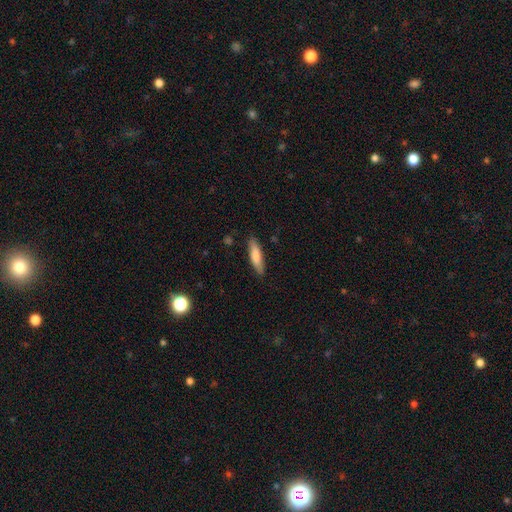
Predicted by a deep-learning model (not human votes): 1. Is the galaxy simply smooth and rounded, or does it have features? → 80% smooth, 15% featured or disk, 6% star or artifact.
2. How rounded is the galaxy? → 72% cigar-shaped, 26% in between, 1% round.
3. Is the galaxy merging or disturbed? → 85% none, 11% minor disturbance, 2% major disturbance, 1% merger.